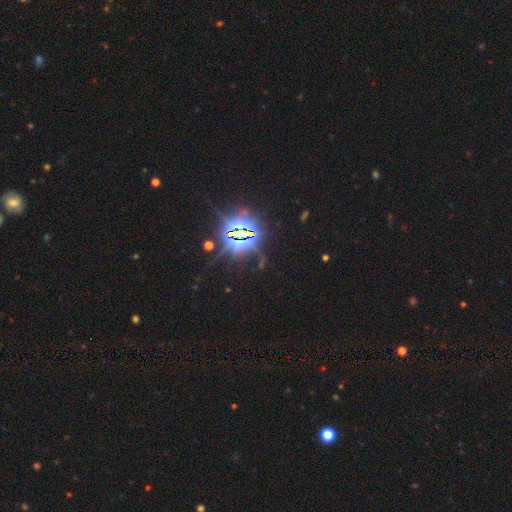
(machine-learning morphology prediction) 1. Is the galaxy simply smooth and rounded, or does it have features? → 86% star or artifact, 8% smooth, 6% featured or disk.